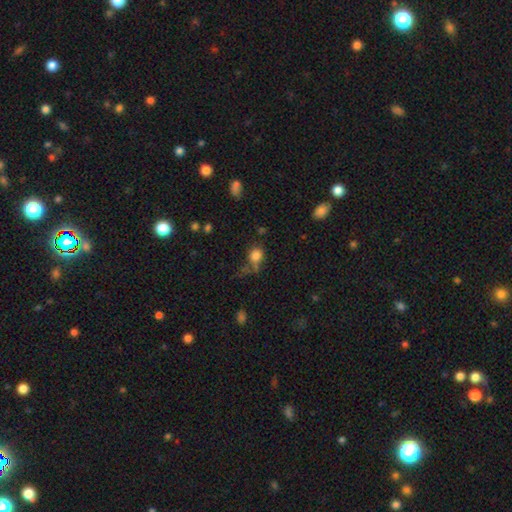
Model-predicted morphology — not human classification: Smooth or featured?
  - smooth: 80% *
  - star or artifact: 12%
  - featured or disk: 8%
How rounded?
  - round: 69% *
  - in between: 29%
  - cigar-shaped: 2%
Merging?
  - none: 47% *
  - minor disturbance: 21%
  - major disturbance: 17%
  - merger: 15%